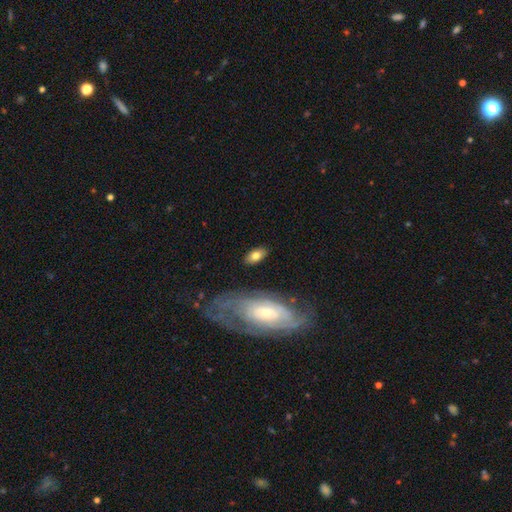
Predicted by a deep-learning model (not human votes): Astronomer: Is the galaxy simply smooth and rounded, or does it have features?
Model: smooth — 73%.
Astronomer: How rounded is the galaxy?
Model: in between — 89%.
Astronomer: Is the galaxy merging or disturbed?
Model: none — 81%.